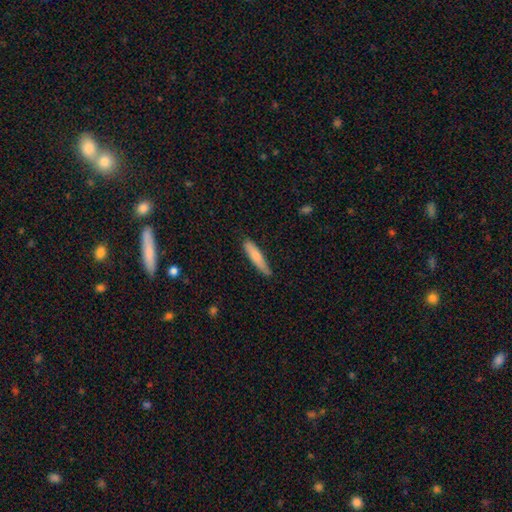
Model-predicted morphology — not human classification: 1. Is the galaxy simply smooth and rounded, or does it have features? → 78% smooth, 17% featured or disk, 6% star or artifact.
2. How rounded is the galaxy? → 86% cigar-shaped, 13% in between, 1% round.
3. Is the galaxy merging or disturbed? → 81% none, 16% minor disturbance, 2% major disturbance, 1% merger.